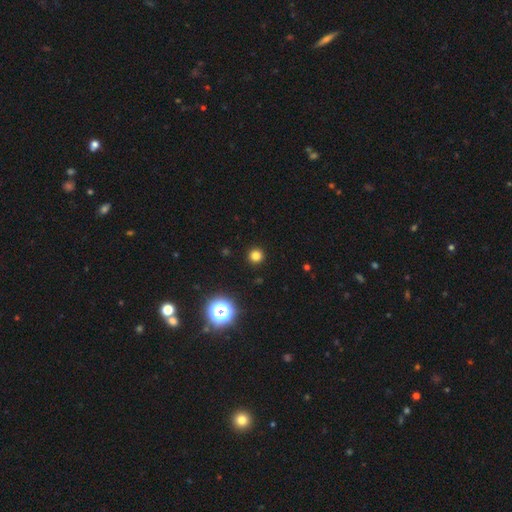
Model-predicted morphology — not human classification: Smooth or featured: smooth — 80% (star or artifact — 16%)
How rounded: round — 96% (in between — 3%)
Merging: none — 93% (minor disturbance — 4%)